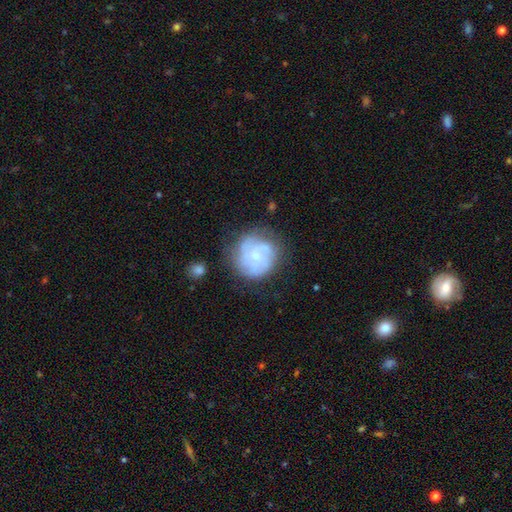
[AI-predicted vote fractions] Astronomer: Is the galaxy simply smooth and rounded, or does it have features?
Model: featured or disk — 64%.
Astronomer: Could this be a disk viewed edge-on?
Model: no — 98%.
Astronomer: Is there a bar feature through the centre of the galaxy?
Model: no — 77%.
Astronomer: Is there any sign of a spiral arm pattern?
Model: yes — 81%.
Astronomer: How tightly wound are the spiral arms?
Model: tight — 57%.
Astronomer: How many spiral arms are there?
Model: can't tell — 39% (runner-up: 3, 25%).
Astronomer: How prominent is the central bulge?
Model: small — 62%.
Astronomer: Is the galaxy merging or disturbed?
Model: none — 68%.